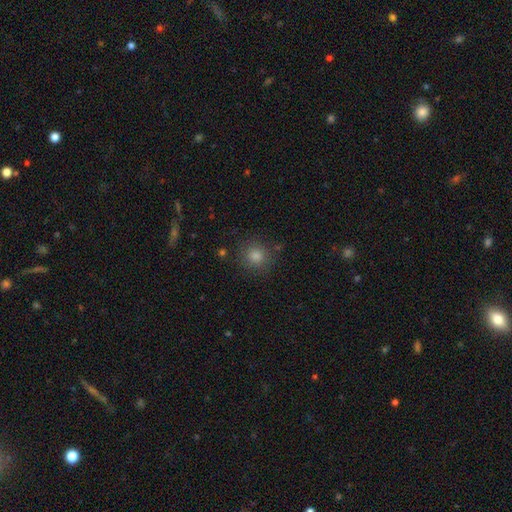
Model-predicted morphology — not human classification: Smooth or featured? smooth (76%)
How rounded? round (93%)
Merging? none (87%)